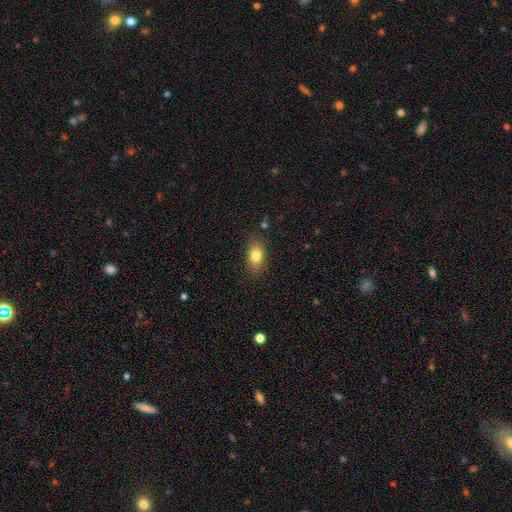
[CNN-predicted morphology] This is clearly a smooth galaxy (81%). How rounded: clearly in between (82%). Merging: clearly none (83%).